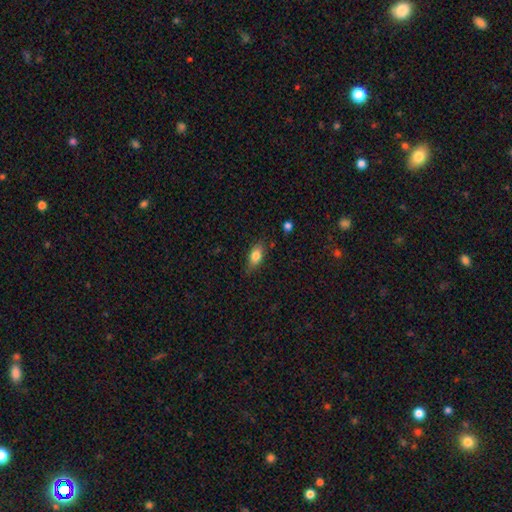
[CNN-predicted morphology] Overall: smooth (79%). How rounded: in between (83%). Merging: none (76%).